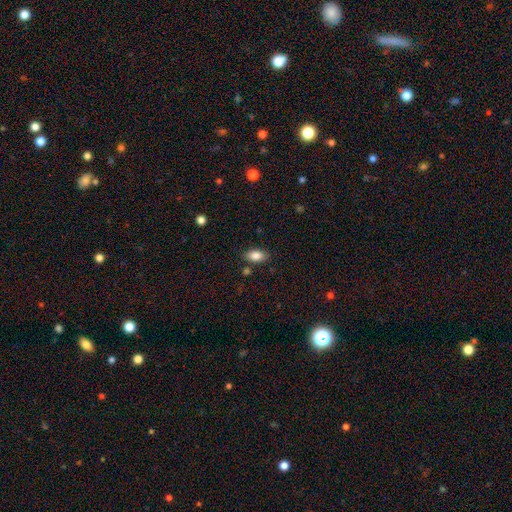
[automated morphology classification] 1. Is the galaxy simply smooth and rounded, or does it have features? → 84% smooth, 8% featured or disk, 8% star or artifact.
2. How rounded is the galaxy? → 91% in between, 5% round, 3% cigar-shaped.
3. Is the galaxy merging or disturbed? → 84% none, 11% minor disturbance, 3% merger, 2% major disturbance.